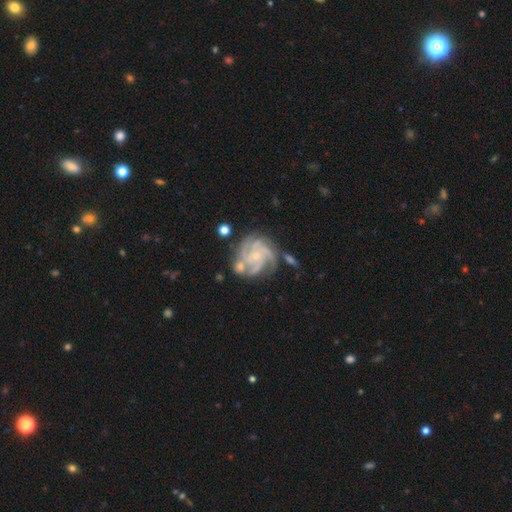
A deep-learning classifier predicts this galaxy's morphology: Smooth or featured: featured or disk — 89% (star or artifact — 6%)
Edge-on disk: no — 98% (yes — 2%)
Bar: no — 73% (weak — 22%)
Spiral arms: yes — 98% (no — 2%)
Spiral winding: tight — 60% (medium — 34%)
Spiral arm count: 4 — 45% (3 — 24%)
Bulge size: small — 76% (moderate — 16%)
Merging: none — 64% (minor disturbance — 20%)